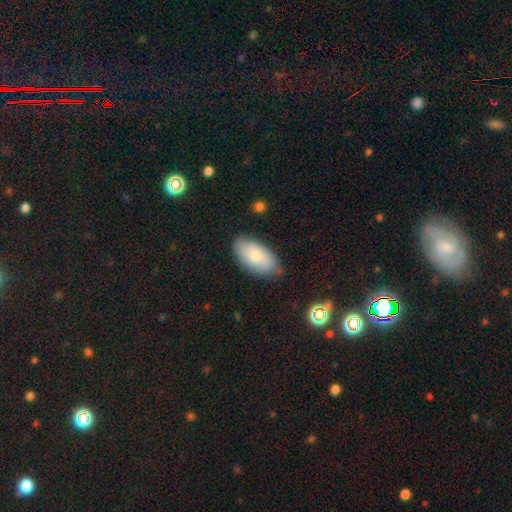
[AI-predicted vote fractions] Morphology: type=smooth (74%); roundness=in between (94%); merging=none (74%).